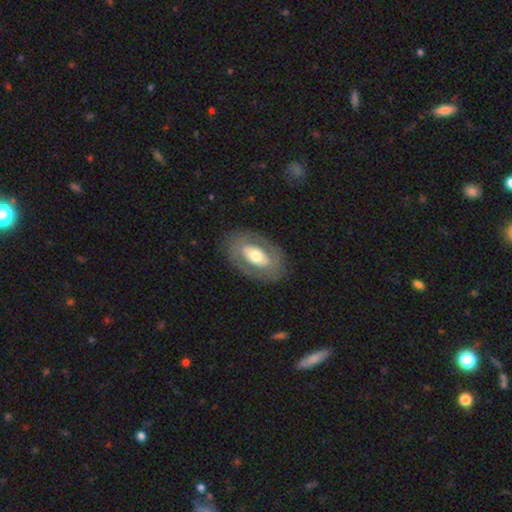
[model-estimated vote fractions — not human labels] A featured or disk galaxy (56%) with no bar (62%), no spiral arms (79%) and a moderate central bulge (57%).

Vote fractions:
- Smooth or featured? featured or disk: 56% / smooth: 39% / star or artifact: 6%
- Edge-on disk? no: 91% / yes: 9%
- Bar? no: 62% / weak: 21% / strong: 17%
- Spiral arms? no: 79% / yes: 21%
- Bulge size? moderate: 57% / large: 31% / small: 9% / dominant: 3% / none: 1%
- Merging? none: 81% / minor disturbance: 12% / major disturbance: 6% / merger: 1%